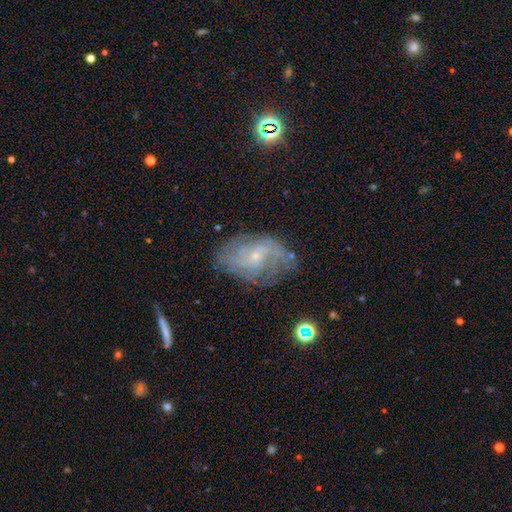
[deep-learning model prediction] This appears to be a featured or disk galaxy (75%) with no bar (64%), tight (47%) spiral arms (89%) and a small central bulge (79%). Merging: none (67%).